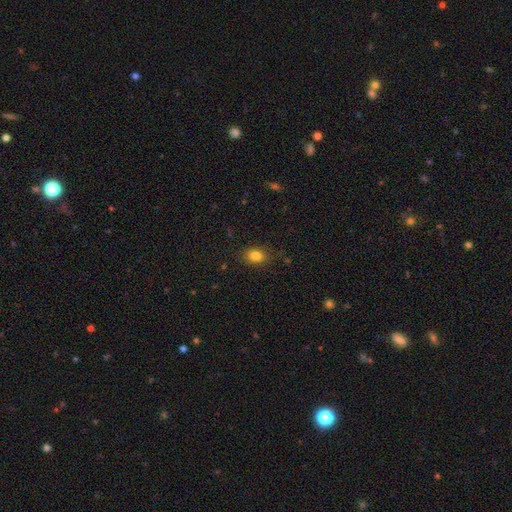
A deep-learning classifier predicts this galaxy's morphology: smooth-or-featured: smooth: 83% | star or artifact: 11% | featured or disk: 6%
  how-rounded: in between: 71% | round: 27% | cigar-shaped: 1%
  merging: none: 84% | minor disturbance: 12% | major disturbance: 3% | merger: 1%